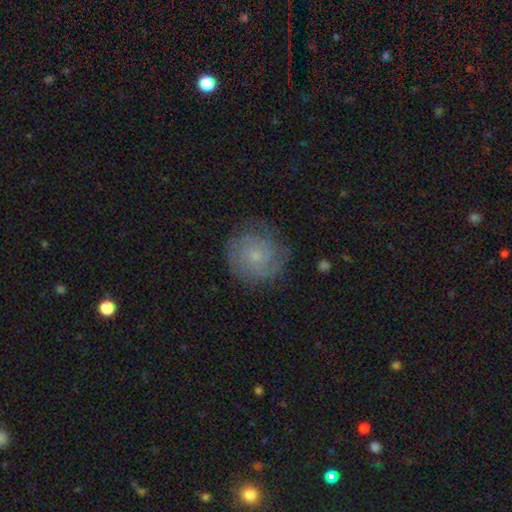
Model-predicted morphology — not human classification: Smooth or featured? featured or disk (59%)
Edge-on disk? no (98%)
Bar? no (82%)
Spiral arms? yes (86%)
Bulge size? small (75%)
Merging? none (75%)